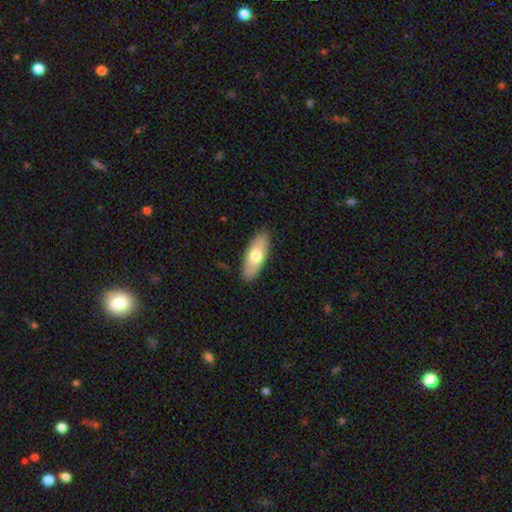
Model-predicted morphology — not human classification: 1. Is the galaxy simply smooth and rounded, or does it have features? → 70% smooth, 25% featured or disk, 6% star or artifact.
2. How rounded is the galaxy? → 77% in between, 20% cigar-shaped, 2% round.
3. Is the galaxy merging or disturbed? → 87% none, 10% minor disturbance, 2% major disturbance, 1% merger.